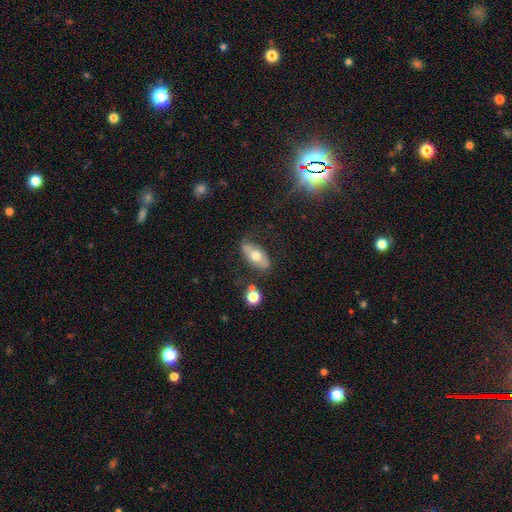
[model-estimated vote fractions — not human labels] This appears to be a smooth galaxy with no disk features (58%) that is in between round and cigar-shaped (84%). Merging: none (73%).